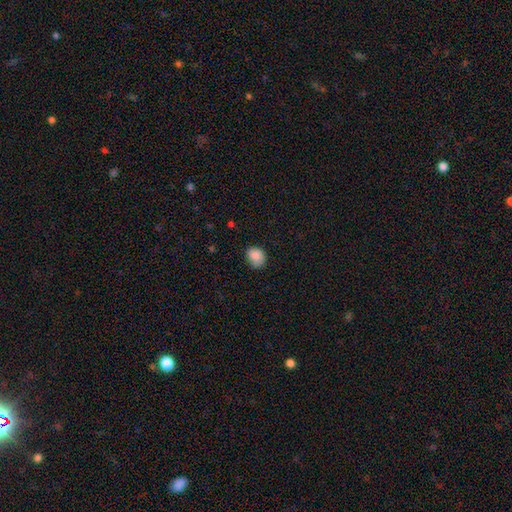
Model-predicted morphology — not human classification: This appears to be a smooth galaxy with no disk features (87%) that is round (53%). Merging: none (69%).